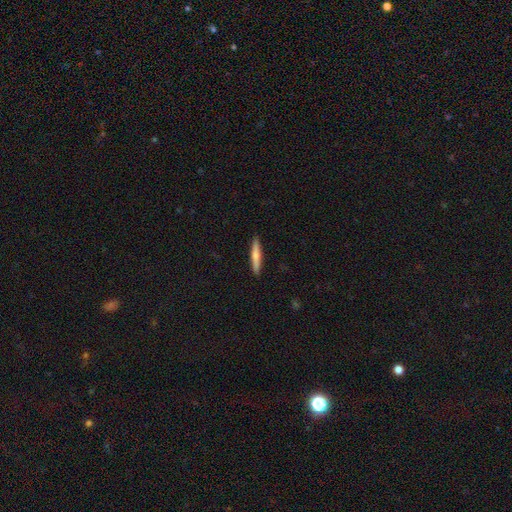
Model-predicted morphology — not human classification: A smooth galaxy with no disk features (67%) that is cigar-shaped (93%). Merging: none (91%).